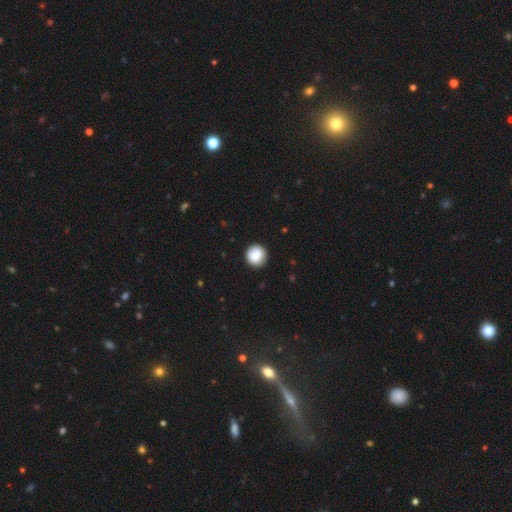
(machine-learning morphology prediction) smooth 81%, featured or disk 11%, star or artifact 8%. Down the decision tree: how rounded — round (93%); merging — none (89%).